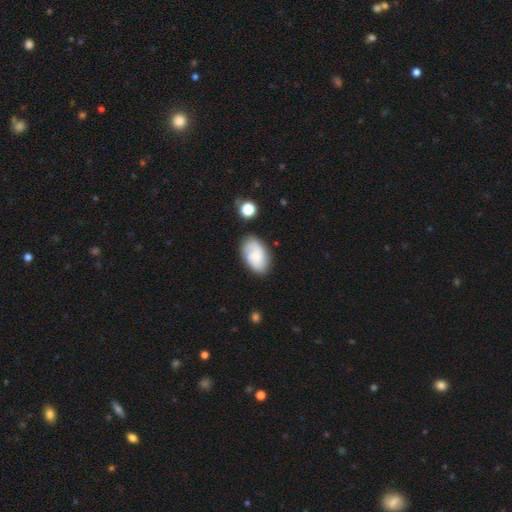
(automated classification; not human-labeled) A featured or disk galaxy (46%, tied with smooth). Merging: none (73%).